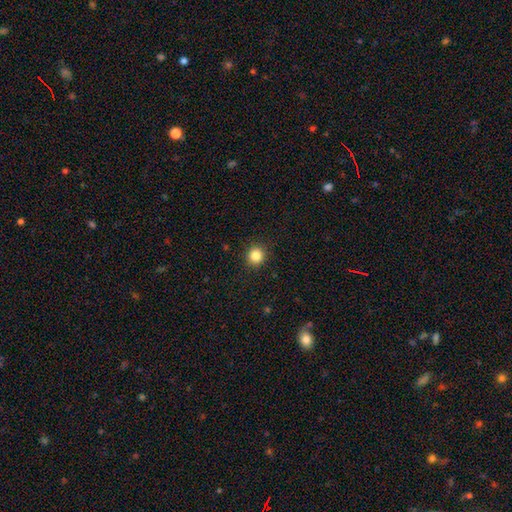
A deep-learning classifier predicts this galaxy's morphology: Smooth or featured? Predicted: smooth (p=0.85). How rounded? Predicted: round (p=0.92). Merging? Predicted: none (p=0.92).